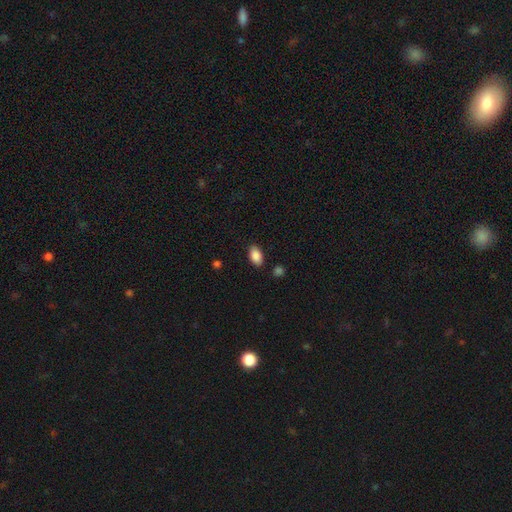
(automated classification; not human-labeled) Smooth or featured? Predicted: smooth (p=0.88). How rounded? Predicted: in between (p=0.93). Merging? Predicted: none (p=0.86).